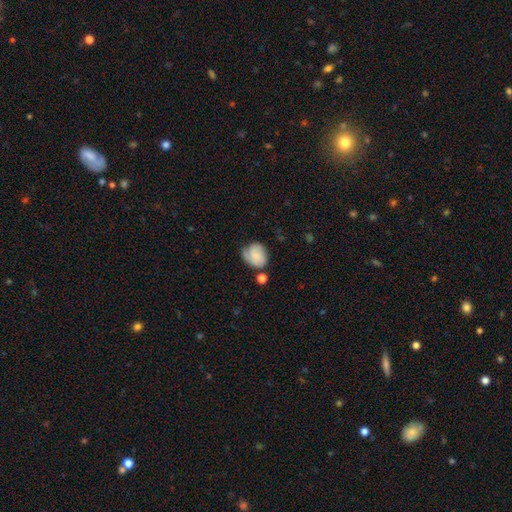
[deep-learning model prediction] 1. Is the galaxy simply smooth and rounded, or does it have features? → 62% smooth, 29% featured or disk, 9% star or artifact.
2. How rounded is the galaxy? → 59% round, 40% in between, 1% cigar-shaped.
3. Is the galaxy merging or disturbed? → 47% none, 32% minor disturbance, 13% major disturbance, 8% merger.